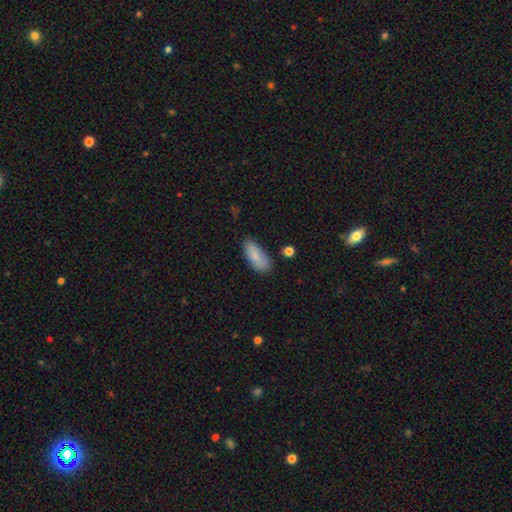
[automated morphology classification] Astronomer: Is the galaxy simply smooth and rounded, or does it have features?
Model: smooth — 83%.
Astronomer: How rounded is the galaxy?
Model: in between — 86%.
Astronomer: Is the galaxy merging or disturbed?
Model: none — 71%.